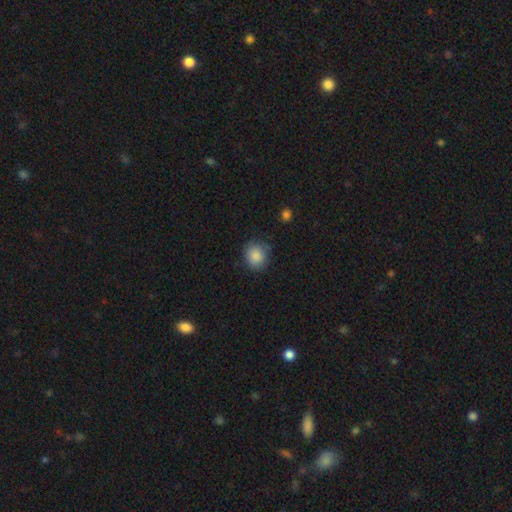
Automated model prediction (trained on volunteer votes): This appears to be a smooth galaxy with no disk features (86%) that is round (77%). Merging: none (78%).